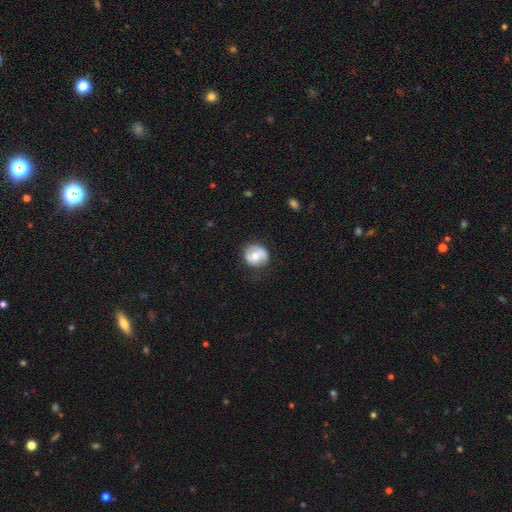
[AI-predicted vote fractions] Smooth or featured? Predicted: smooth (p=0.51). How rounded? Predicted: round (p=0.76). Merging? Predicted: none (p=0.67).